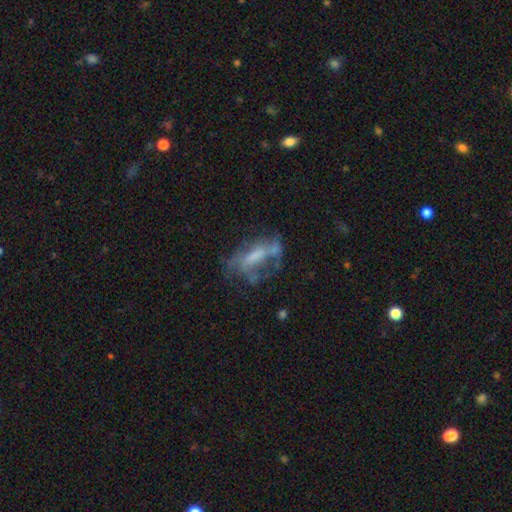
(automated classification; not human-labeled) A featured or disk galaxy (56%).

Vote fractions:
- Smooth or featured? featured or disk: 56% / smooth: 31% / star or artifact: 13%
- Edge-on disk? no: 87% / yes: 13%
- Merging? none: 37% / major disturbance: 33% / minor disturbance: 22% / merger: 8%